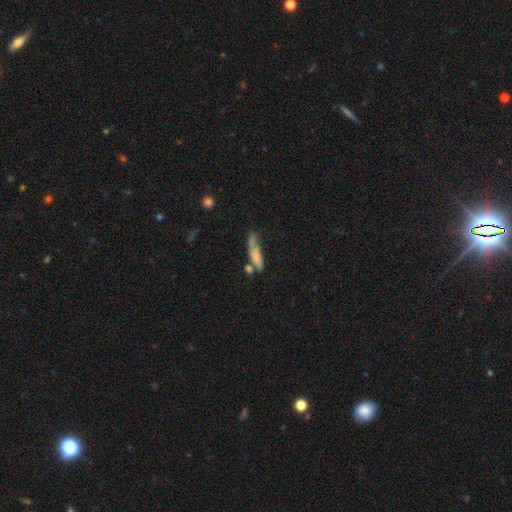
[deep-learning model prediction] Smooth or featured: smooth — 63% (featured or disk — 28%)
How rounded: cigar-shaped — 67% (in between — 30%)
Merging: none — 32% (merger — 24%)